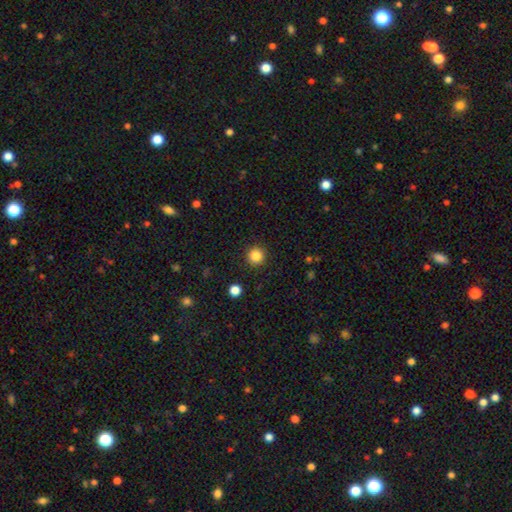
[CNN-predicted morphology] Smooth or featured? Predicted: smooth (p=0.85). How rounded? Predicted: round (p=0.95). Merging? Predicted: none (p=0.92).